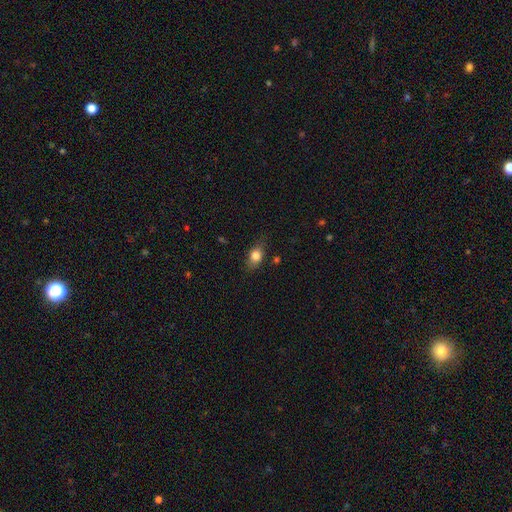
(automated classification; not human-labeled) Smooth or featured: smooth — 80% (featured or disk — 11%)
How rounded: in between — 72% (round — 24%)
Merging: none — 72% (minor disturbance — 21%)